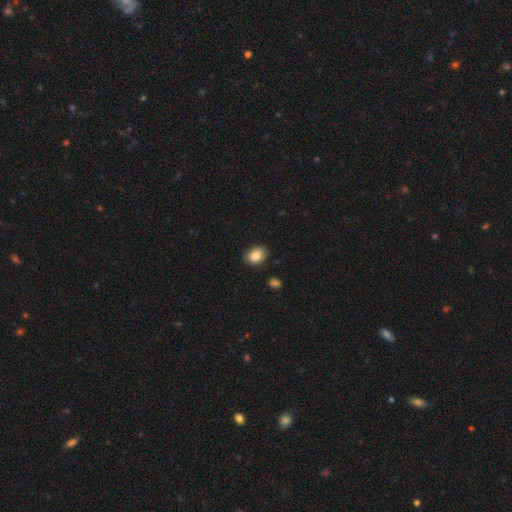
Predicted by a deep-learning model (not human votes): Smooth or featured? Predicted: smooth (p=0.85). How rounded? Predicted: in between (p=0.61). Merging? Predicted: none (p=0.88).